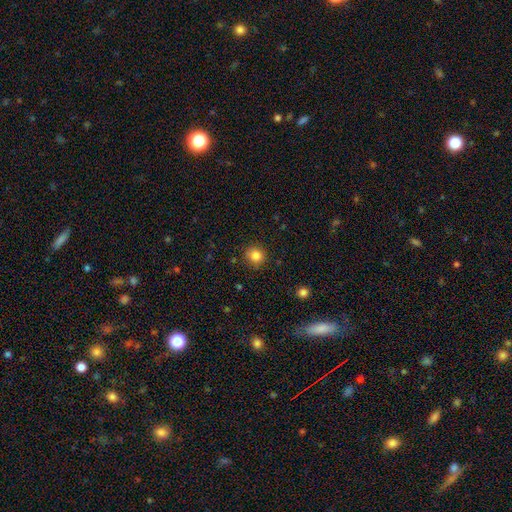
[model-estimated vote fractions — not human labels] Smooth or featured?
  - smooth: 83% *
  - star or artifact: 12%
  - featured or disk: 5%
How rounded?
  - round: 89% *
  - in between: 10%
  - cigar-shaped: 1%
Merging?
  - none: 86% *
  - minor disturbance: 10%
  - major disturbance: 3%
  - merger: 2%